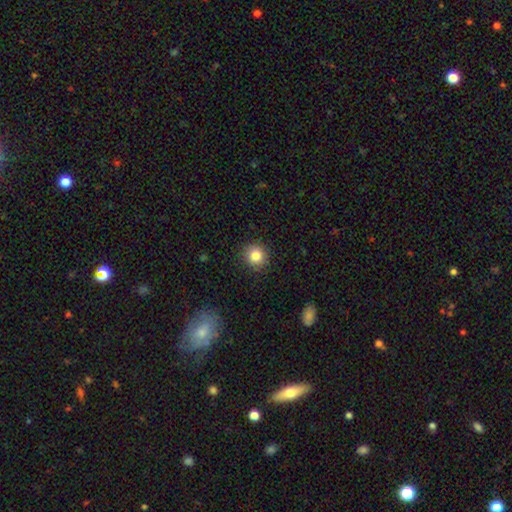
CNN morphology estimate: This is clearly a smooth galaxy (84%). How rounded: clearly round (90%). Merging: clearly none (89%).